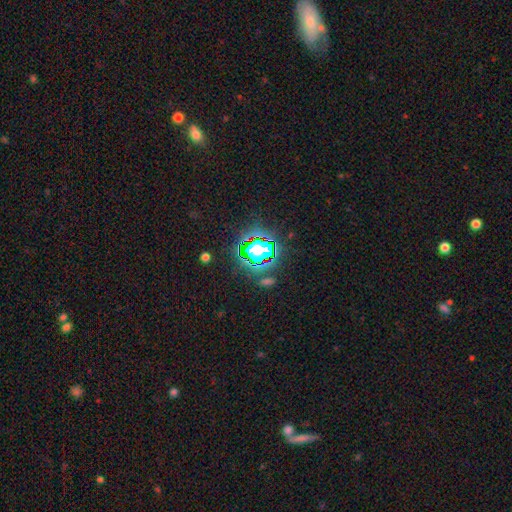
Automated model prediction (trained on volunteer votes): Smooth or featured: star or artifact — 80% (smooth — 12%)